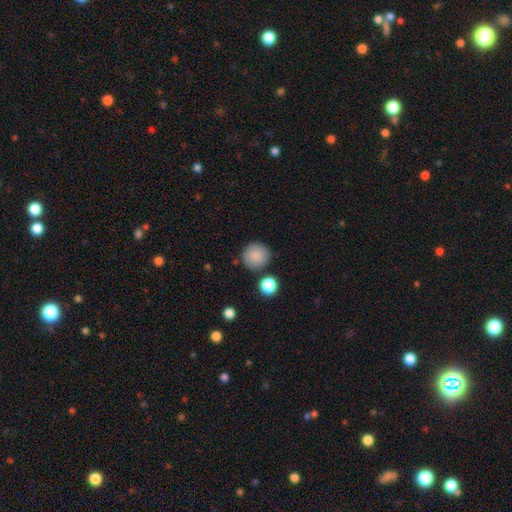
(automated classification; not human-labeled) Q: Smooth or featured?
A: smooth (86%); runner-up: star or artifact (8%)
Q: How rounded?
A: round (94%); runner-up: in between (5%)
Q: Merging?
A: none (84%); runner-up: minor disturbance (9%)